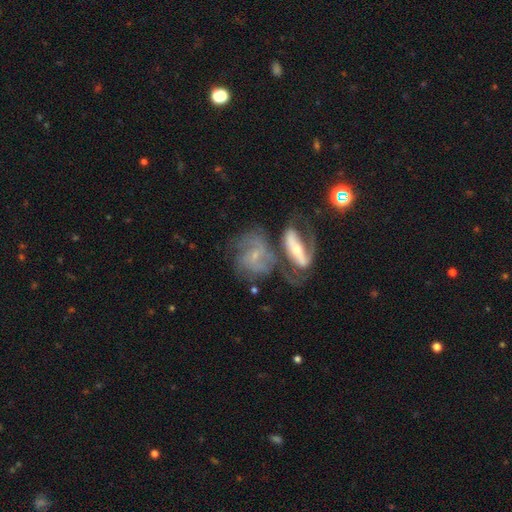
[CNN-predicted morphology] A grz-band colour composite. It shows a featured or disk galaxy (75%) with no bar (45%), 2 (49%) medium (47%) spiral arms (88%) and a small central bulge (72%). Merging: merger (44%).